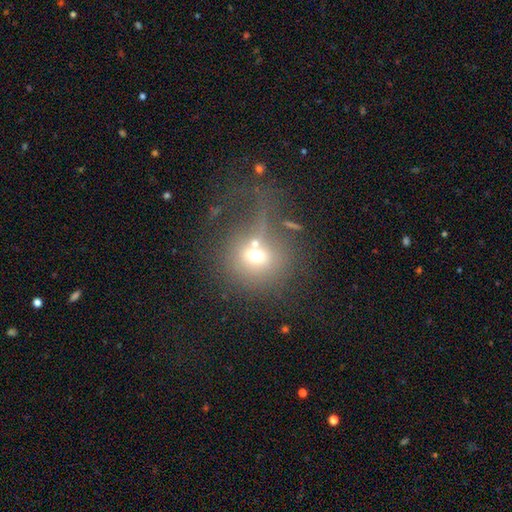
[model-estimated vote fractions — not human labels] A smooth galaxy with no disk features (62%) that is round (85%).

Vote fractions:
- Smooth or featured? smooth: 62% / featured or disk: 20% / star or artifact: 18%
- How rounded? round: 85% / in between: 14% / cigar-shaped: 1%
- Merging? none: 38% / merger: 30% / major disturbance: 21% / minor disturbance: 12%